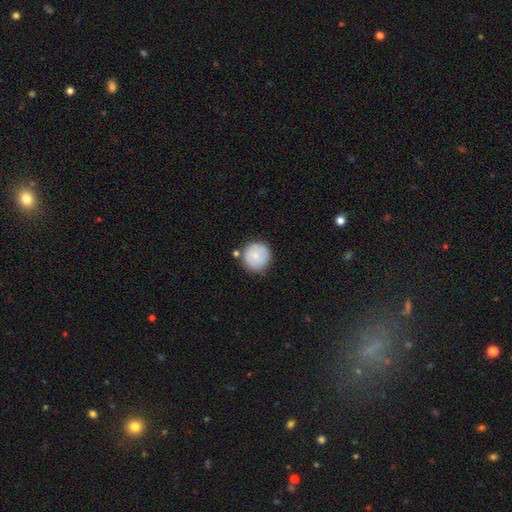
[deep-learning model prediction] Morphology: type=smooth (74%); roundness=round (95%); merging=none (78%).